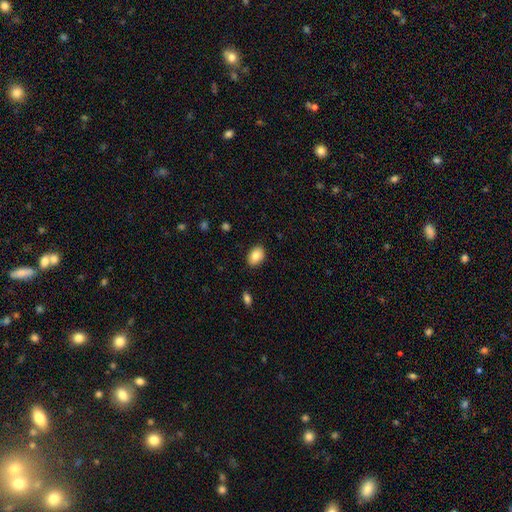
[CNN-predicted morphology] A smooth galaxy with no disk features (84%) that is in between round and cigar-shaped (83%).

Vote fractions:
- Smooth or featured? smooth: 84% / featured or disk: 8% / star or artifact: 7%
- How rounded? in between: 83% / round: 16% / cigar-shaped: 1%
- Merging? none: 87% / minor disturbance: 10% / major disturbance: 2% / merger: 1%